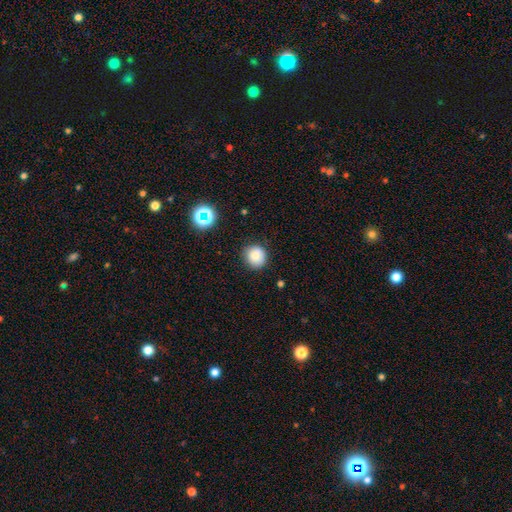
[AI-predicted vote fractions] smooth-or-featured: smooth: 82% | star or artifact: 11% | featured or disk: 7%
  how-rounded: round: 90% | in between: 10% | cigar-shaped: 1%
  merging: none: 85% | minor disturbance: 11% | major disturbance: 3% | merger: 2%